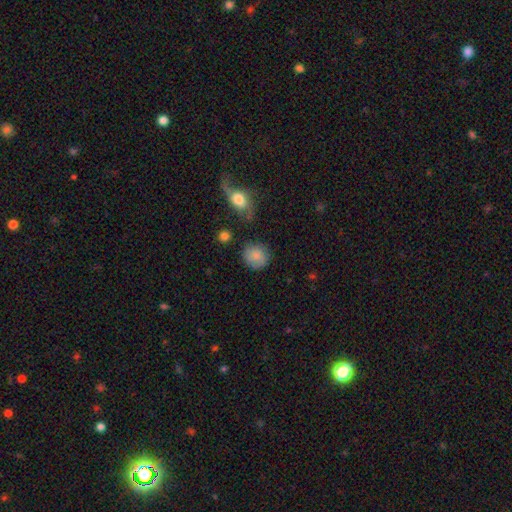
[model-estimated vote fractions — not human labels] A smooth galaxy with no disk features (83%) that is round (85%). Merging: none (76%).